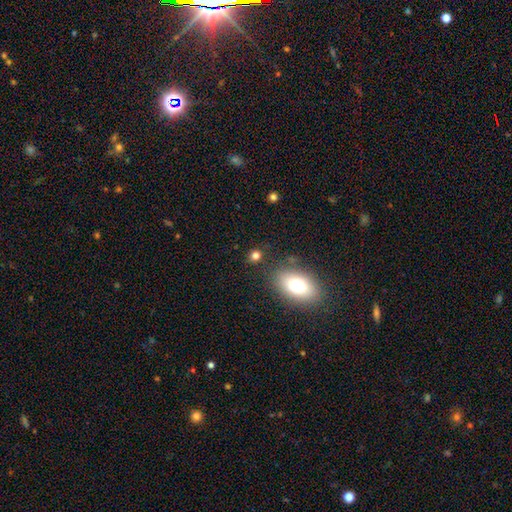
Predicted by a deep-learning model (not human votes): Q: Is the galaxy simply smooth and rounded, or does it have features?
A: smooth — 76%.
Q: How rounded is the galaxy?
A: round — 58%.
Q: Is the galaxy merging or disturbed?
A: none — 78%.